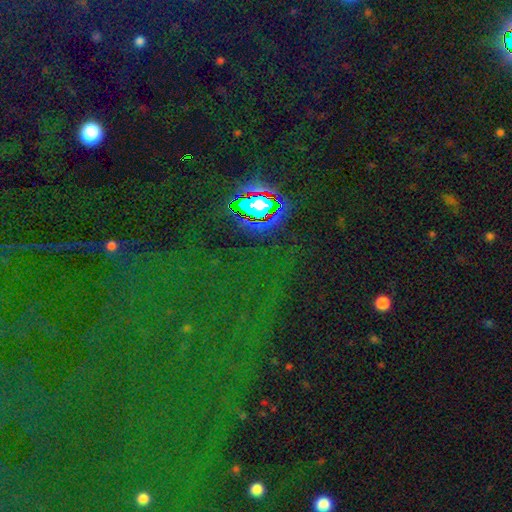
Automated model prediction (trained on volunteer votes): Smooth or featured? Predicted: star or artifact (p=0.84).